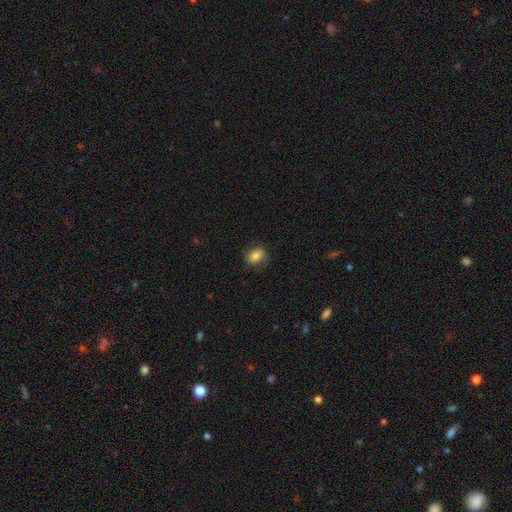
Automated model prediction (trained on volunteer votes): smooth_or_featured: smooth (p=0.80) [alt: featured or disk p=0.10]
how_rounded: in between (p=0.62) [alt: round p=0.37]
merging: none (p=0.80) [alt: minor disturbance p=0.15]